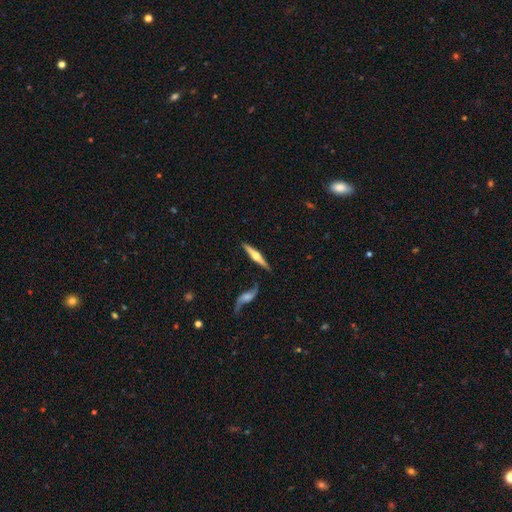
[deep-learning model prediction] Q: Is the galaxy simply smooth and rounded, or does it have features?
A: featured or disk — 74%.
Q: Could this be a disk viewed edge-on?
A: yes — 95%.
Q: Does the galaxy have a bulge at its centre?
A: rounded — 94%.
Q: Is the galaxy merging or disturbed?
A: none — 80%.